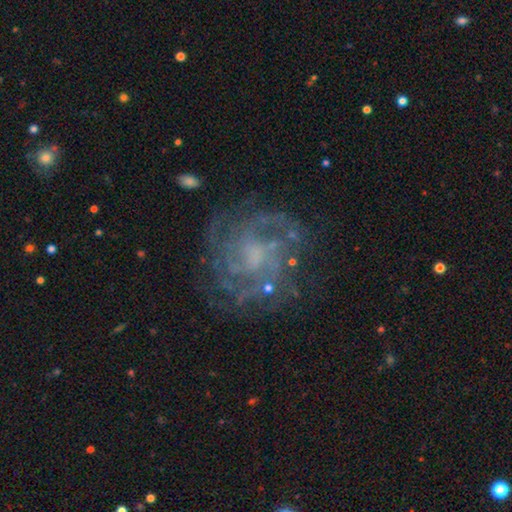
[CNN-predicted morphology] Smooth or featured? featured or disk (81%)
Edge-on disk? no (98%)
Bar? no (60%)
Spiral arms? yes (88%)
Spiral winding? tight (50%)
Spiral arm count? can't tell (38%)
Bulge size? none (36%)
Merging? none (70%)